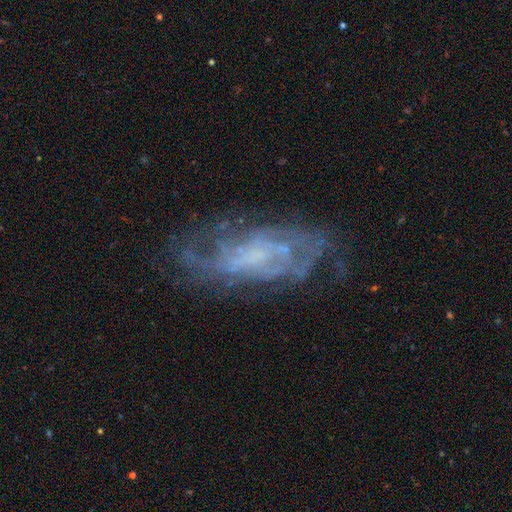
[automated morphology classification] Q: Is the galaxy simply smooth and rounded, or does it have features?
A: featured or disk — 77%.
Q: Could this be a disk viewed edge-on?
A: no — 91%.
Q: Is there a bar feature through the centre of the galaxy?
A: no — 58%.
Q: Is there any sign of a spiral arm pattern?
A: yes — 80%.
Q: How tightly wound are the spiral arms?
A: tight — 43%.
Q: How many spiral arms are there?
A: can't tell — 53%.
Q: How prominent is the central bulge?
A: small — 39%, tied with none.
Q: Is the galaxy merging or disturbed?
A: none — 64%.